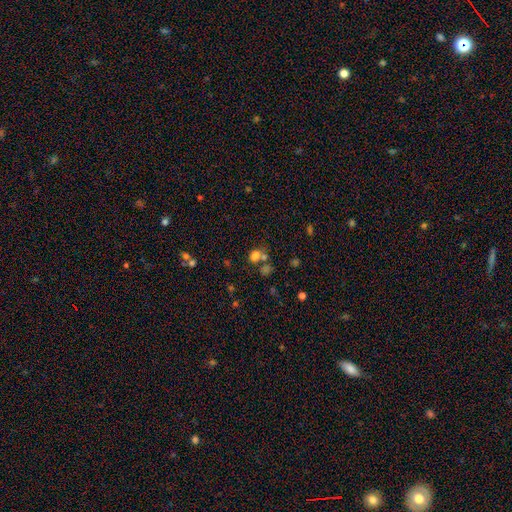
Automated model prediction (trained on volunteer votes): Q: Smooth or featured?
A: smooth (73%); runner-up: star or artifact (17%)
Q: How rounded?
A: round (56%); runner-up: in between (43%)
Q: Merging?
A: none (49%); runner-up: merger (35%)